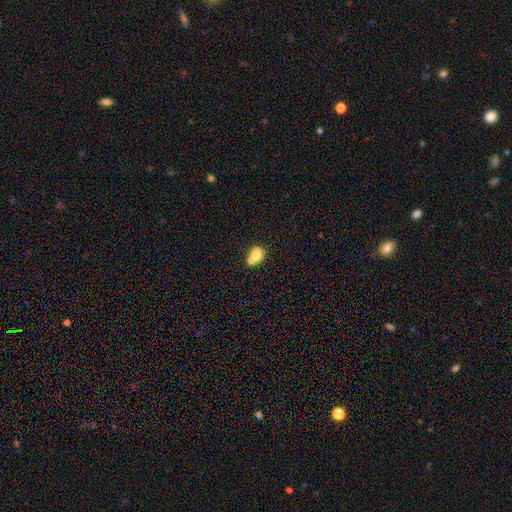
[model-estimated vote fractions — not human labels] This appears to be a smooth galaxy with no disk features (66%) that is round (51%). Merging: merger (65%).